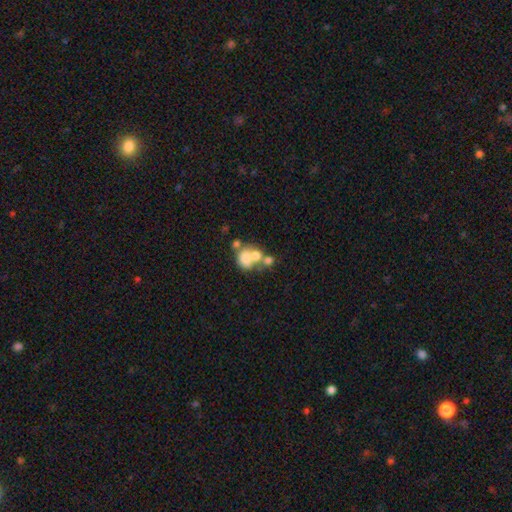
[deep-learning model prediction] A smooth galaxy with no disk features (63%) that is round (54%). Merging: merger (58%).